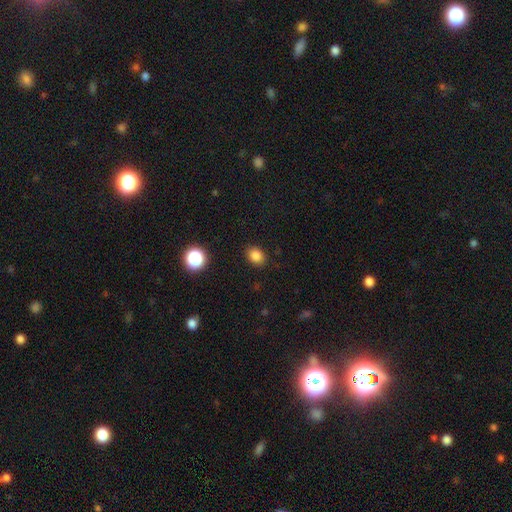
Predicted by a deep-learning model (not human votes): Smooth or featured: smooth — 83% (star or artifact — 13%)
How rounded: in between — 51% (round — 49%)
Merging: none — 88% (minor disturbance — 8%)